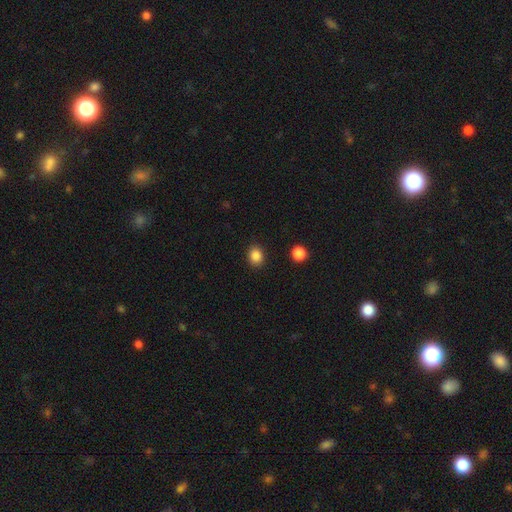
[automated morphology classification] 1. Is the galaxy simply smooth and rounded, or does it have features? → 86% smooth, 10% star or artifact, 4% featured or disk.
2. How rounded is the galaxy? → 60% round, 39% in between, 1% cigar-shaped.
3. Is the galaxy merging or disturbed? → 89% none, 7% minor disturbance, 2% major disturbance, 2% merger.